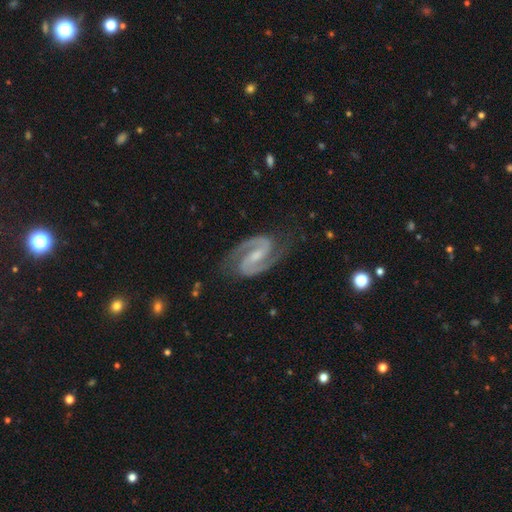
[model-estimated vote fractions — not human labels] A featured or disk galaxy (94%) with a weak bar (44%), 2 (95%) medium (62%) spiral arms (99%) and a small central bulge (48%).

Vote fractions:
- Smooth or featured? featured or disk: 94% / star or artifact: 4% / smooth: 3%
- Edge-on disk? no: 98% / yes: 2%
- Bar? weak: 44% / strong: 37% / no: 19%
- Spiral arms? yes: 99% / no: 1%
- Spiral winding? medium: 62% / tight: 27% / loose: 11%
- Spiral arm count? 2: 95% / can't tell: 1% / 3: 1% / 1: 1% / 4: 1% / more than 4: 1%
- Bulge size? small: 48% / moderate: 35% / none: 13% / large: 3% / dominant: 1%
- Merging? none: 80% / minor disturbance: 14% / major disturbance: 4% / merger: 1%